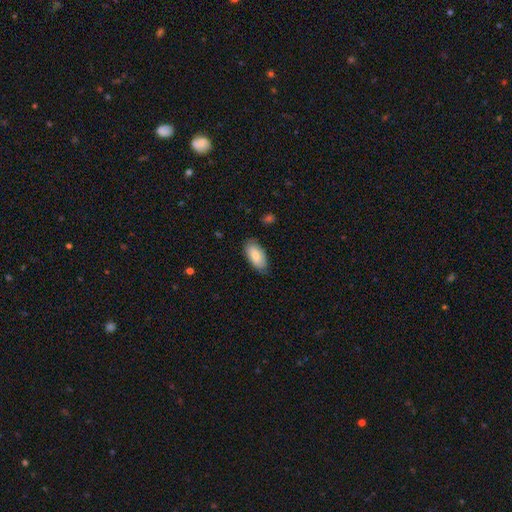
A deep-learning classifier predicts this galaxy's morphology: A smooth galaxy with no disk features (77%) that is in between round and cigar-shaped (93%).

Vote fractions:
- Smooth or featured? smooth: 77% / featured or disk: 17% / star or artifact: 6%
- How rounded? in between: 93% / cigar-shaped: 4% / round: 3%
- Merging? none: 78% / minor disturbance: 18% / major disturbance: 3% / merger: 1%